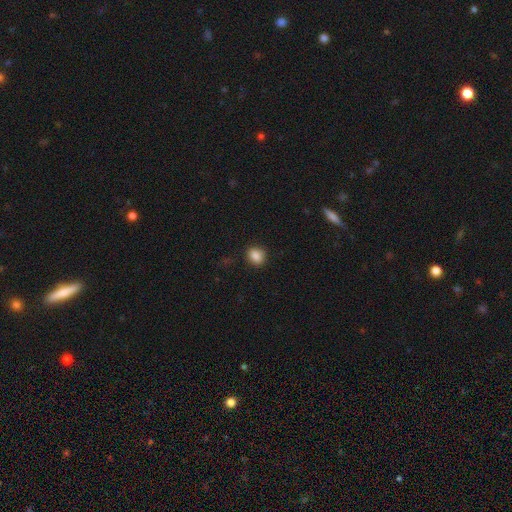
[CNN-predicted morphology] Q: Smooth or featured?
A: smooth (86%); runner-up: star or artifact (10%)
Q: How rounded?
A: round (59%); runner-up: in between (39%)
Q: Merging?
A: none (87%); runner-up: minor disturbance (10%)